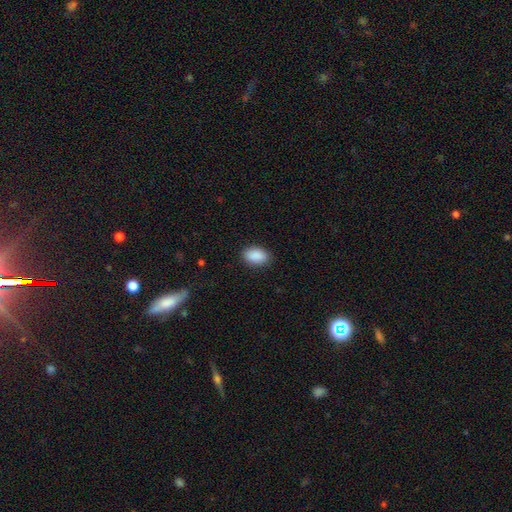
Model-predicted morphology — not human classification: smooth 91%, star or artifact 7%, featured or disk 3%. Down the decision tree: how rounded — in between (91%); merging — none (88%).